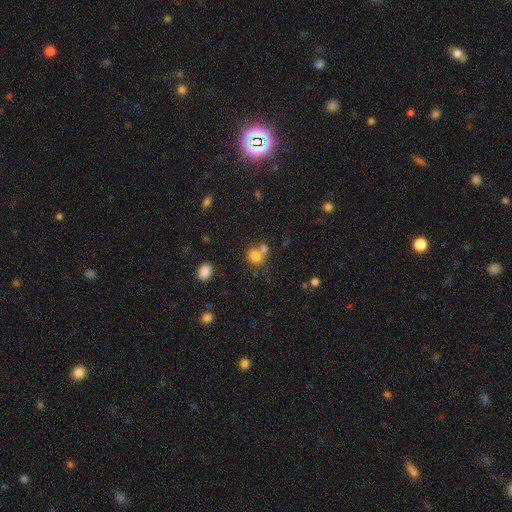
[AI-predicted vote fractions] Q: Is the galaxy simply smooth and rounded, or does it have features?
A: smooth — 78%.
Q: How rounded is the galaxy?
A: round — 54%.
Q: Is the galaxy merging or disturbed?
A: merger — 47%.